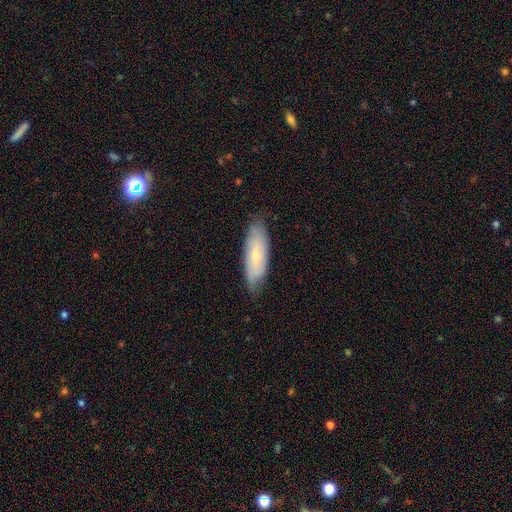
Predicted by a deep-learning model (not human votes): The model was most divided on "how rounded": in between: 54%, cigar-shaped: 44%, round: 2%. More confident: merging — none (80%); smooth or featured — smooth (56%).